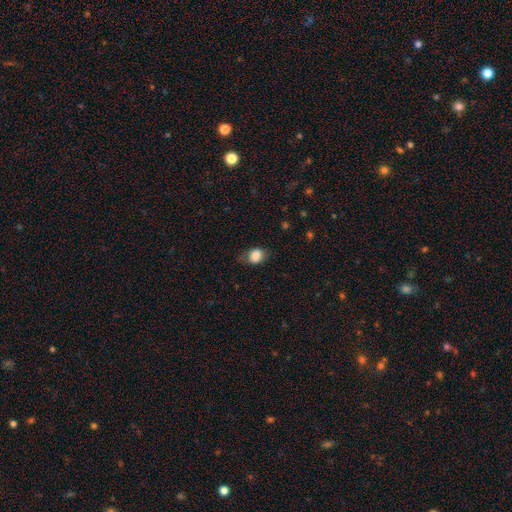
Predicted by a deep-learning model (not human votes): Smooth or featured? Predicted: smooth (p=0.82). How rounded? Predicted: in between (p=0.60). Merging? Predicted: none (p=0.59).